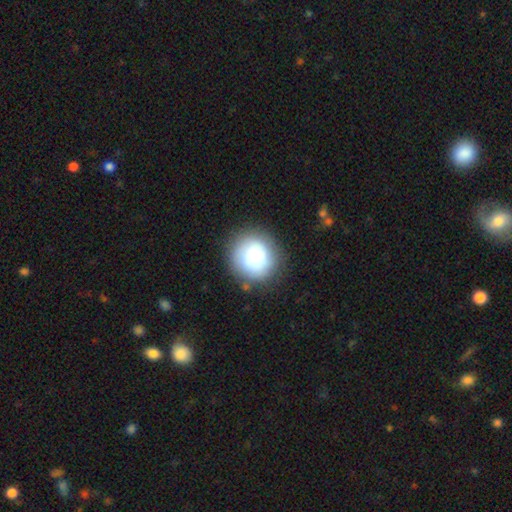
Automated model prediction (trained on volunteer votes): A smooth galaxy with no disk features (80%) that is round (89%). Merging: none (77%).